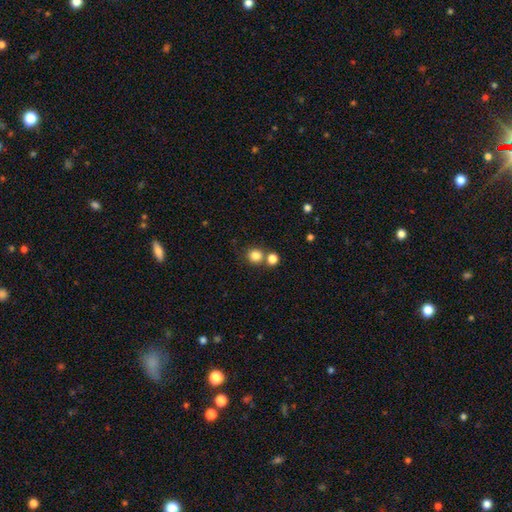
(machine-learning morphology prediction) Smooth or featured: smooth — 82% (star or artifact — 12%)
How rounded: round — 90% (in between — 9%)
Merging: none — 66% (merger — 24%)